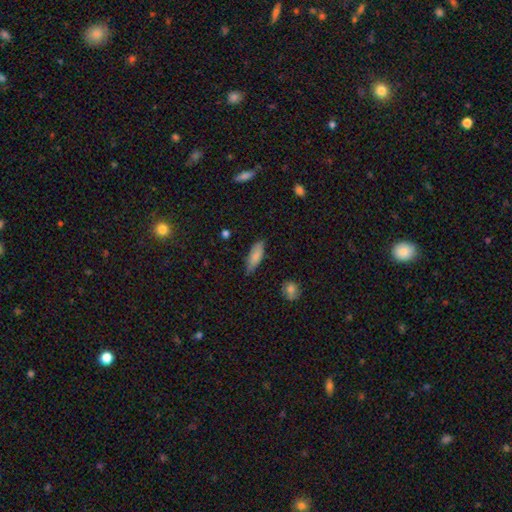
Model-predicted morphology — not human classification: Smooth or featured?
  - smooth: 83% *
  - featured or disk: 10%
  - star or artifact: 7%
How rounded?
  - in between: 65% *
  - cigar-shaped: 33%
  - round: 2%
Merging?
  - none: 76% *
  - minor disturbance: 19%
  - major disturbance: 3%
  - merger: 2%